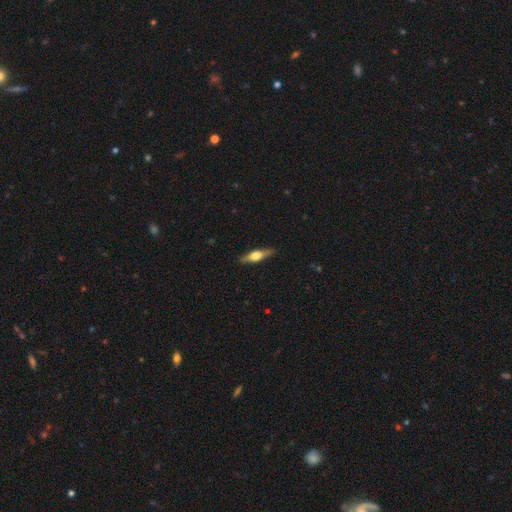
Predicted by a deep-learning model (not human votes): Smooth or featured?
  - featured or disk: 57% *
  - smooth: 38%
  - star or artifact: 6%
Edge-on disk?
  - yes: 94% *
  - no: 6%
Edge-on bulge?
  - rounded: 92% *
  - boxy: 7%
  - none: 2%
Merging?
  - none: 88% *
  - minor disturbance: 9%
  - major disturbance: 2%
  - merger: 1%